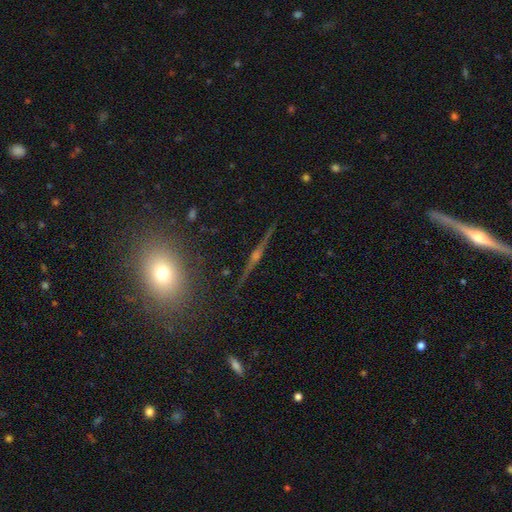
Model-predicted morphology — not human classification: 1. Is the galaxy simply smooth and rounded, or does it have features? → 76% featured or disk, 14% star or artifact, 10% smooth.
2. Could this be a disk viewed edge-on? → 96% yes, 4% no.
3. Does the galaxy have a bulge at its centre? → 84% rounded, 8% boxy, 8% none.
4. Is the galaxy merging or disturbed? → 89% none, 7% minor disturbance, 2% major disturbance, 2% merger.